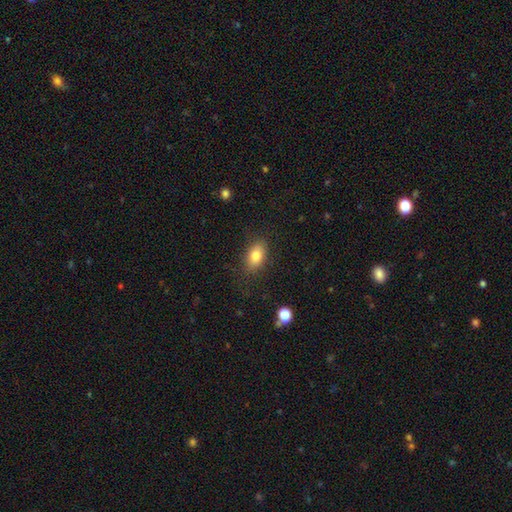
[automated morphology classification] A smooth galaxy with no disk features (80%) that is in between round and cigar-shaped (85%).

Vote fractions:
- Smooth or featured? smooth: 80% / featured or disk: 11% / star or artifact: 9%
- How rounded? in between: 85% / round: 12% / cigar-shaped: 3%
- Merging? none: 82% / minor disturbance: 13% / major disturbance: 4% / merger: 1%